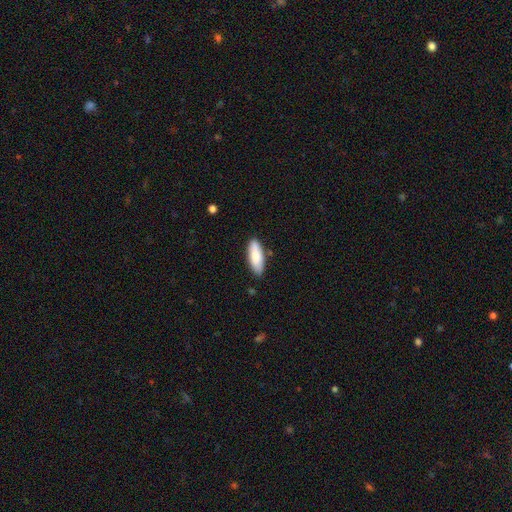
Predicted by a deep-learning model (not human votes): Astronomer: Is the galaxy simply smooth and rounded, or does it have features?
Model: smooth — 84%.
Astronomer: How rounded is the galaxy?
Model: in between — 68%.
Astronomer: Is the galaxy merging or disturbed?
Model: none — 82%.